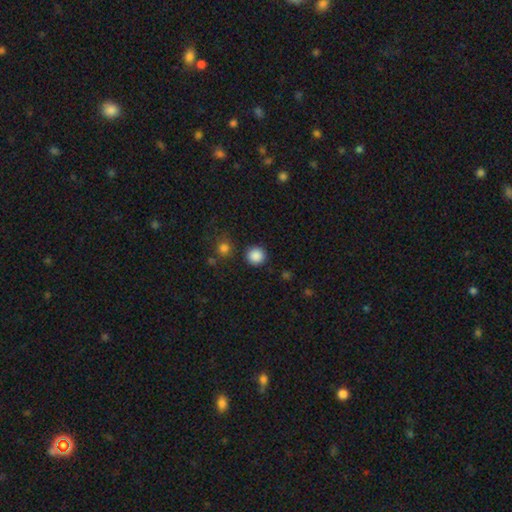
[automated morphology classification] Smooth or featured? Predicted: smooth (p=0.87). How rounded? Predicted: round (p=0.95). Merging? Predicted: none (p=0.89).